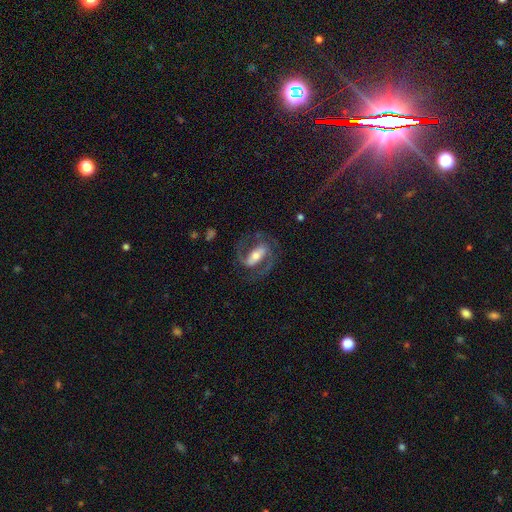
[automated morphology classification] Smooth or featured?
  - featured or disk: 81% *
  - smooth: 13%
  - star or artifact: 6%
Edge-on disk?
  - no: 94% *
  - yes: 6%
Bar?
  - strong: 58% *
  - weak: 26%
  - no: 16%
Spiral arms?
  - yes: 91% *
  - no: 9%
Spiral winding?
  - medium: 55% *
  - tight: 24%
  - loose: 20%
Spiral arm count?
  - 2: 88% *
  - 1: 4%
  - can't tell: 4%
  - 3: 1%
  - 4: 1%
  - more than 4: 1%
Bulge size?
  - moderate: 53% *
  - small: 31%
  - large: 12%
  - none: 2%
  - dominant: 2%
Merging?
  - none: 71% *
  - major disturbance: 14%
  - minor disturbance: 14%
  - merger: 2%